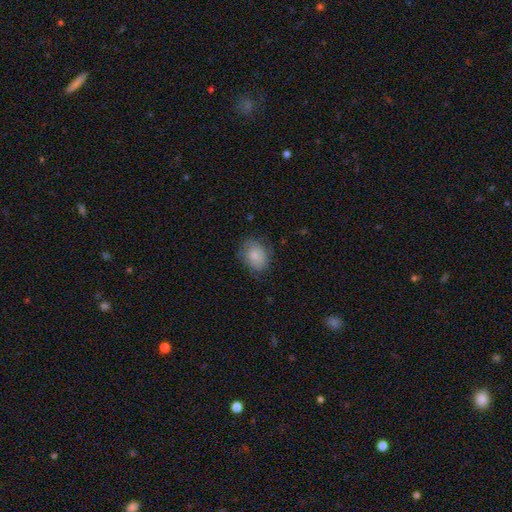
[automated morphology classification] Smooth or featured? Predicted: smooth (p=0.76). How rounded? Predicted: in between (p=0.54). Merging? Predicted: none (p=0.68).